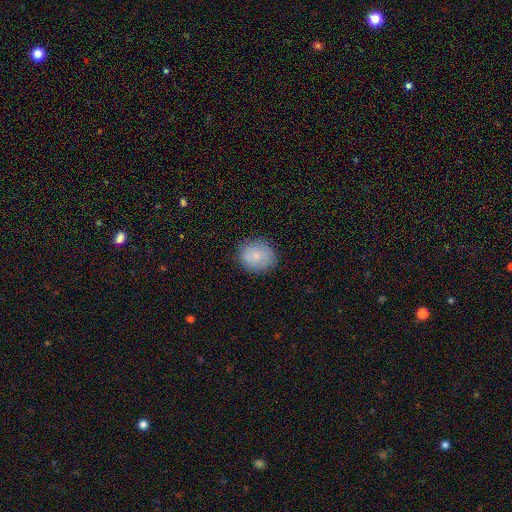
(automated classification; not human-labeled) Morphology: type=smooth (73%); roundness=round (76%); merging=none (82%).